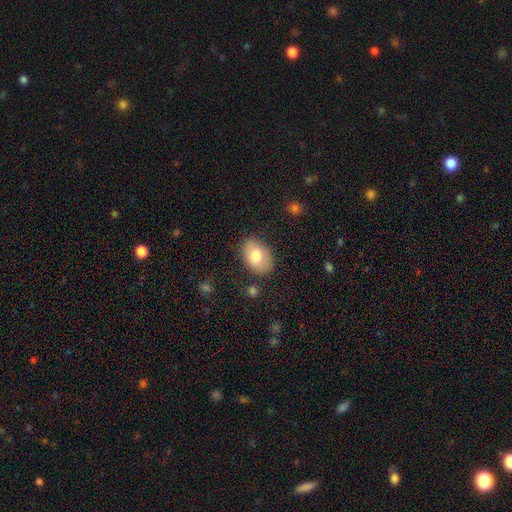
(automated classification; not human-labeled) smooth_or_featured: smooth (p=0.74) [alt: featured or disk p=0.19]
how_rounded: in between (p=0.83) [alt: round p=0.16]
merging: none (p=0.82) [alt: minor disturbance p=0.13]